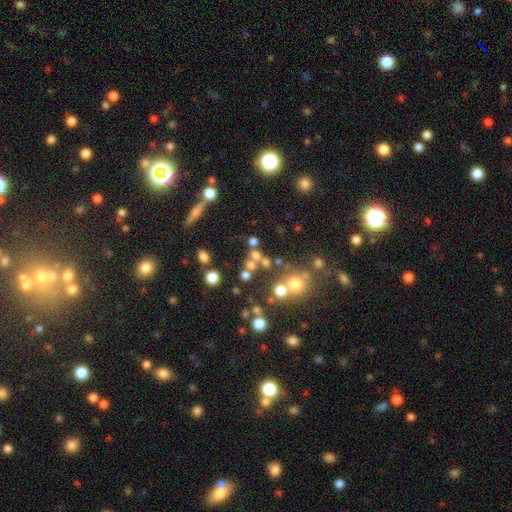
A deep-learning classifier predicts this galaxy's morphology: smooth-or-featured: smooth: 55% | star or artifact: 25% | featured or disk: 20%
  how-rounded: round: 76% | in between: 21% | cigar-shaped: 3%
  merging: none: 54% | merger: 29% | minor disturbance: 10% | major disturbance: 7%